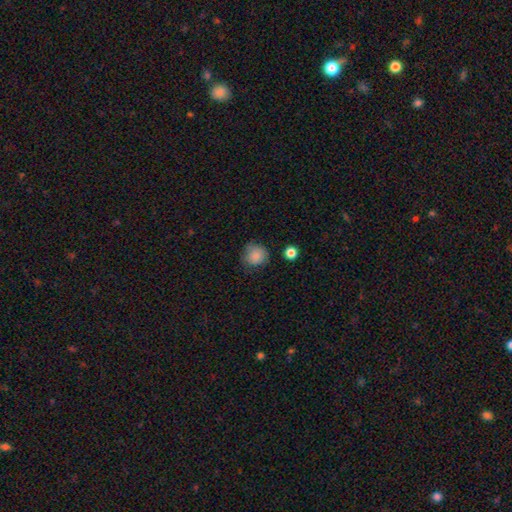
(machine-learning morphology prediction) This is clearly a smooth galaxy (84%). How rounded: clearly round (89%). Merging: likely none (74%).